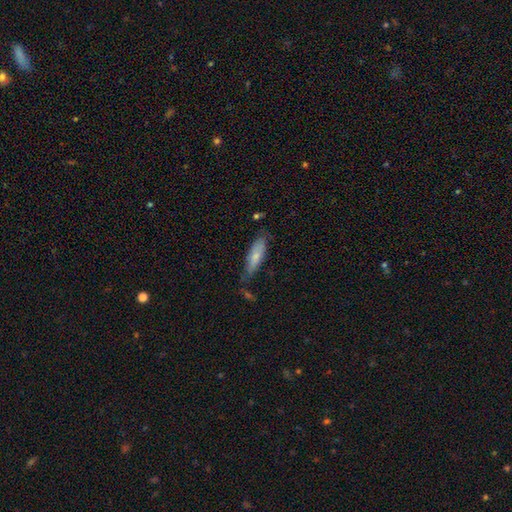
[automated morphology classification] Smooth or featured?
  - smooth: 70% *
  - featured or disk: 24%
  - star or artifact: 6%
How rounded?
  - cigar-shaped: 56% *
  - in between: 42%
  - round: 2%
Merging?
  - none: 64% *
  - minor disturbance: 26%
  - major disturbance: 6%
  - merger: 5%